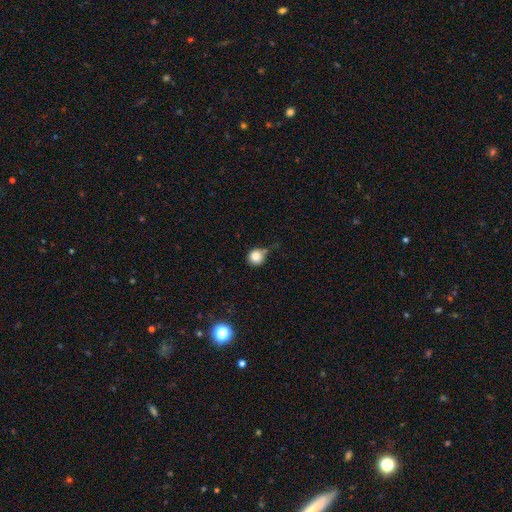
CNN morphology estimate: Smooth or featured?
  - smooth: 83% *
  - star or artifact: 11%
  - featured or disk: 6%
How rounded?
  - round: 93% *
  - in between: 6%
  - cigar-shaped: 1%
Merging?
  - none: 58% *
  - minor disturbance: 27%
  - major disturbance: 8%
  - merger: 8%